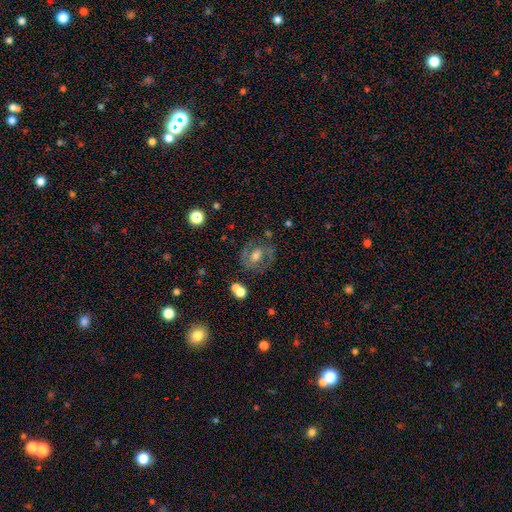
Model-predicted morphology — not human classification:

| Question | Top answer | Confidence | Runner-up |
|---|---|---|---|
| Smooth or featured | featured or disk | 58% | smooth (31%) |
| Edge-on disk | no | 95% | yes (5%) |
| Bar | no | 50% | weak (36%) |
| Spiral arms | yes | 56% | no (44%) |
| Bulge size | moderate | 58% | large (21%) |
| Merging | none | 70% | minor disturbance (16%) |